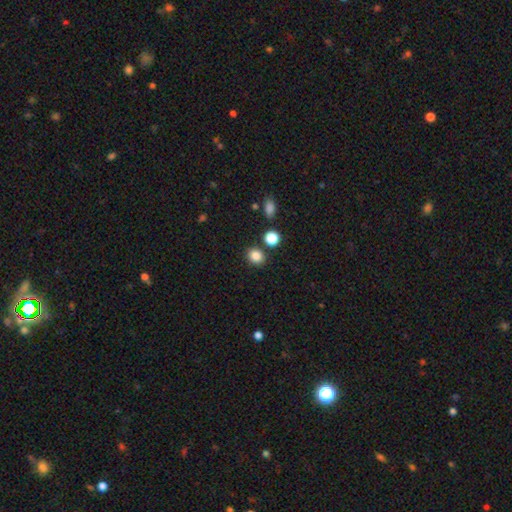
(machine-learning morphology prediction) Overall: smooth (84%). How rounded: round (69%; in between 30%). Merging: none (83%).